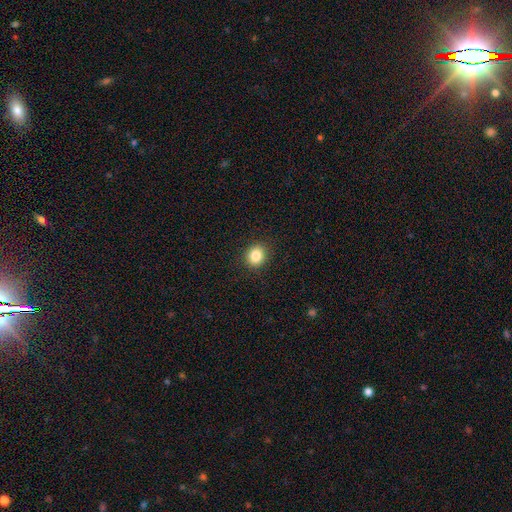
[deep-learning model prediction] smooth_or_featured: smooth (p=0.85) [alt: star or artifact p=0.10]
how_rounded: round (p=0.67) [alt: in between p=0.32]
merging: none (p=0.90) [alt: minor disturbance p=0.07]